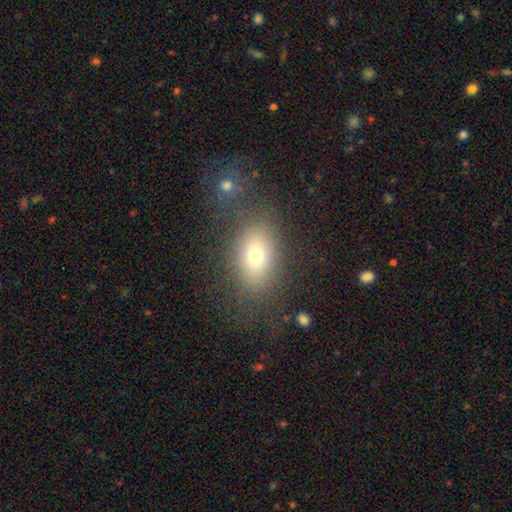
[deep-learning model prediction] This is likely a smooth galaxy (70%). How rounded: likely in between (75%). Merging: likely none (69%).